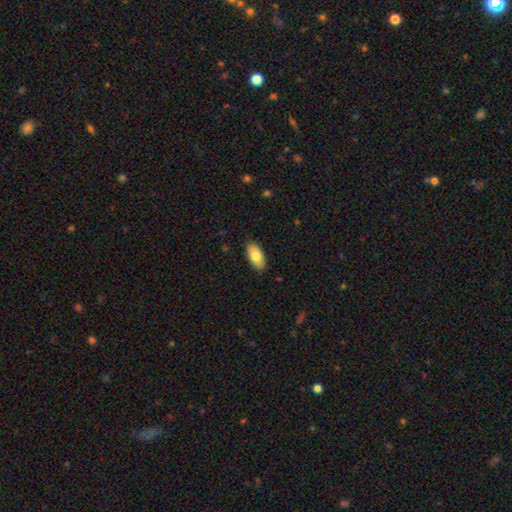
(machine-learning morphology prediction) type=smooth (79%); roundness=in between (92%); merging=none (87%).